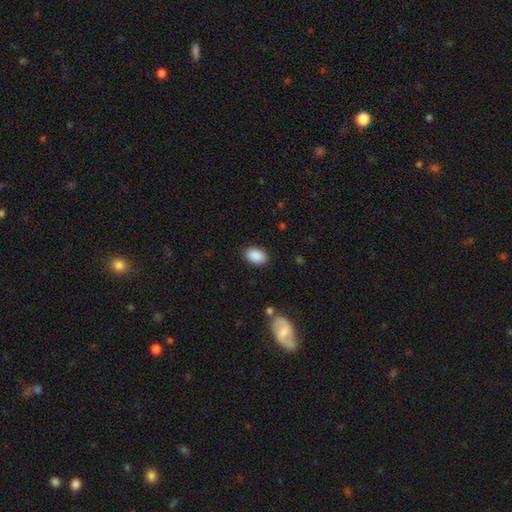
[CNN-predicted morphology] A smooth galaxy with no disk features (90%) that is in between round and cigar-shaped (86%). Merging: none (88%).